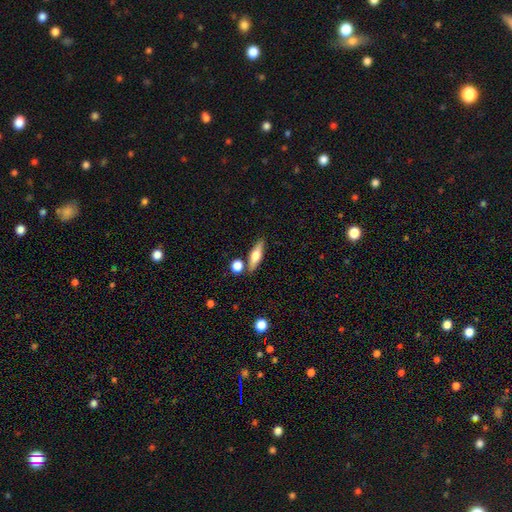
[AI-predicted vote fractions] This appears to be a smooth galaxy with no disk features (50%). Merging: none (79%).